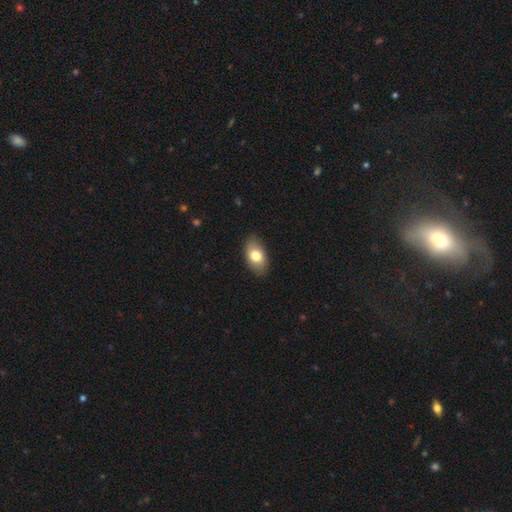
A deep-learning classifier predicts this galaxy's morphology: This is likely a smooth galaxy (77%). How rounded: clearly in between (91%). Merging: clearly none (85%).